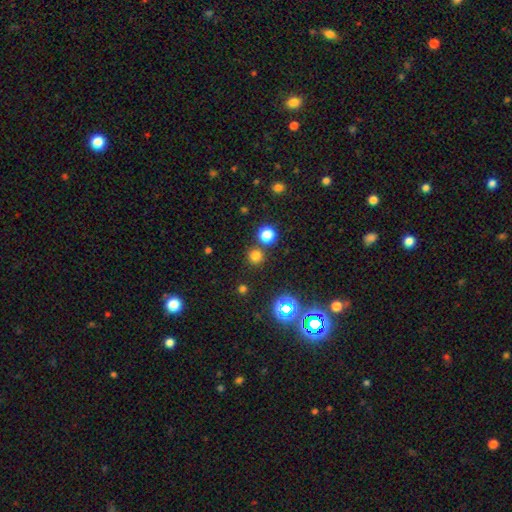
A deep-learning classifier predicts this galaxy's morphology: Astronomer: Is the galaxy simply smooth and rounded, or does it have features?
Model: smooth — 71%.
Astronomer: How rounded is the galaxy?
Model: round — 94%.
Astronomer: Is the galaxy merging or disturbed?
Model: none — 77%.